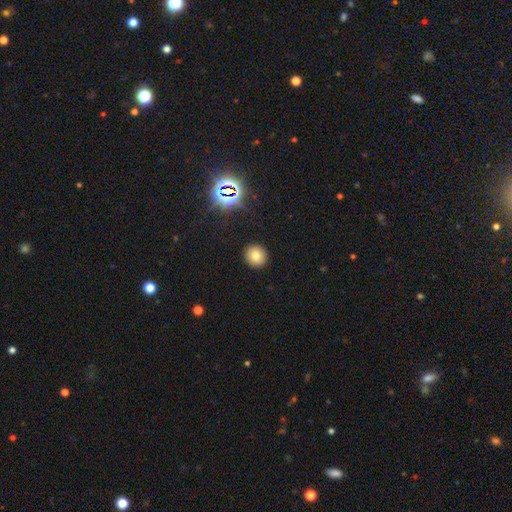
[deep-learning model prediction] This is likely a smooth galaxy (74%). How rounded: clearly round (93%). Merging: clearly none (92%).